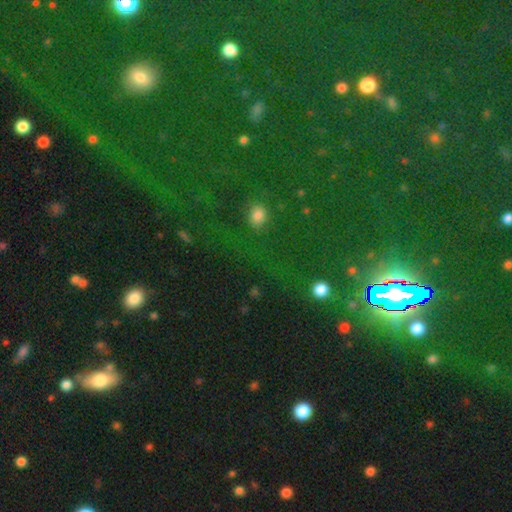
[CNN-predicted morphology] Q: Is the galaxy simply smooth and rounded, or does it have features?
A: star or artifact — 70%.